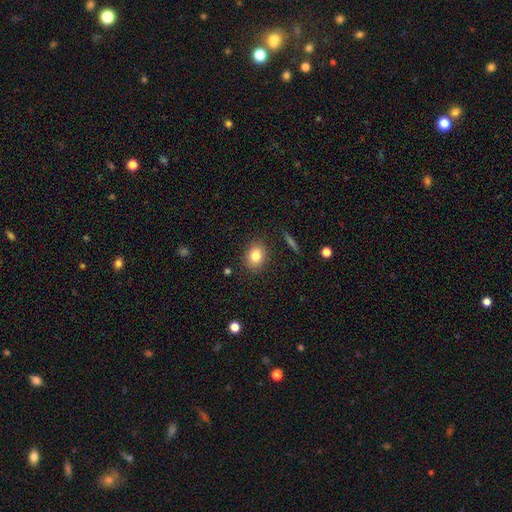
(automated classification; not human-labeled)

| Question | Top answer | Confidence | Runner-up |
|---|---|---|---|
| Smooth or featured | smooth | 81% | star or artifact (10%) |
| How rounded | round | 50% | in between (49%) |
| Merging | none | 87% | minor disturbance (9%) |